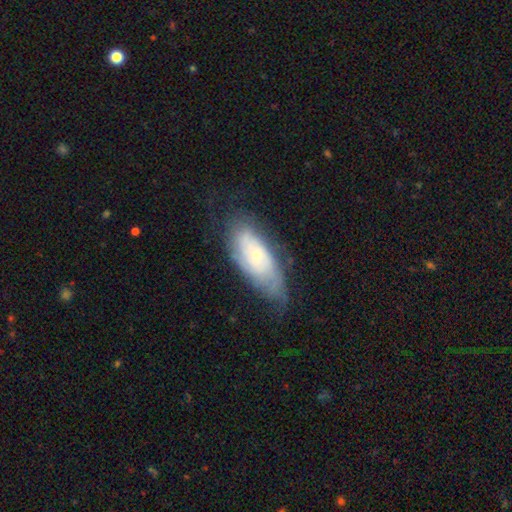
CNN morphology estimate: Q: Smooth or featured?
A: featured or disk (58%); runner-up: smooth (35%)
Q: Edge-on disk?
A: no (88%); runner-up: yes (12%)
Q: Bar?
A: no (81%); runner-up: weak (16%)
Q: Spiral arms?
A: yes (75%); runner-up: no (25%)
Q: Bulge size?
A: small (72%); runner-up: moderate (23%)
Q: Merging?
A: none (56%); runner-up: minor disturbance (30%)